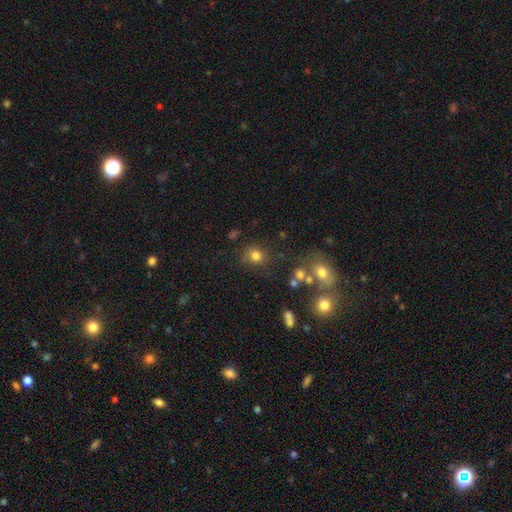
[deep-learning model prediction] This is likely a smooth galaxy (78%). How rounded: clearly round (83%). Merging: likely none (77%).